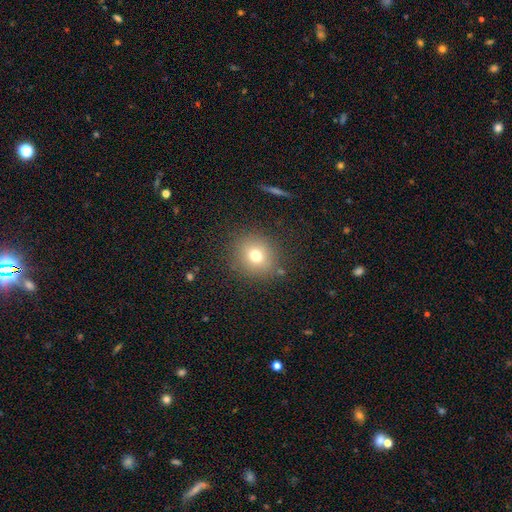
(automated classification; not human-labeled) This appears to be a smooth galaxy with no disk features (73%) that is round (80%). Merging: none (85%).